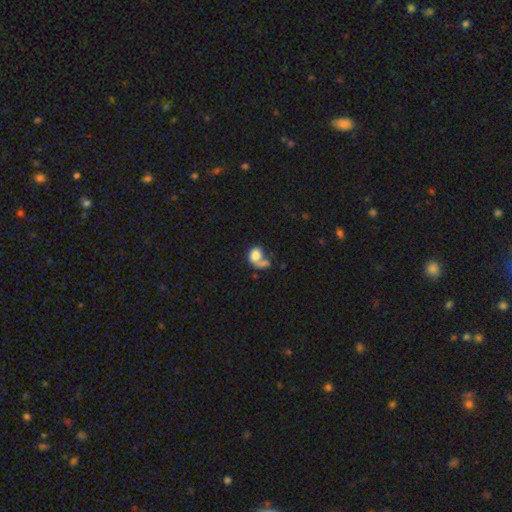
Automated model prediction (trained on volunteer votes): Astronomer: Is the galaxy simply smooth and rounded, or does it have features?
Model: smooth — 72%.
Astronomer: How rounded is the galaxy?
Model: in between — 58% (runner-up: round, 41%).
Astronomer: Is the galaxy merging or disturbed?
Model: merger — 42% (runner-up: none, 25%).